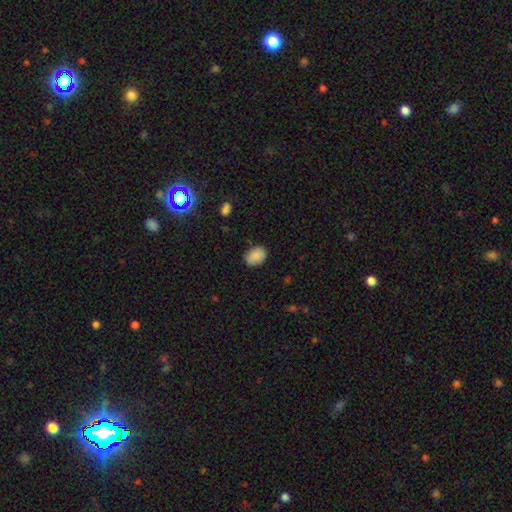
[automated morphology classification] Smooth or featured: smooth — 88% (star or artifact — 8%)
How rounded: in between — 74% (round — 25%)
Merging: none — 84% (minor disturbance — 13%)